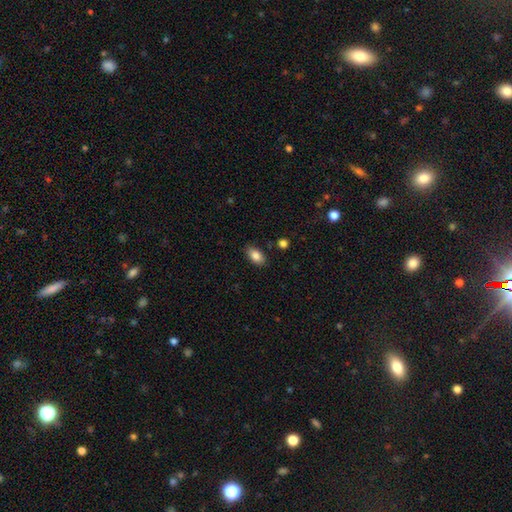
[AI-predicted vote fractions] A smooth galaxy with no disk features (85%) that is in between round and cigar-shaped (91%). Merging: none (84%).